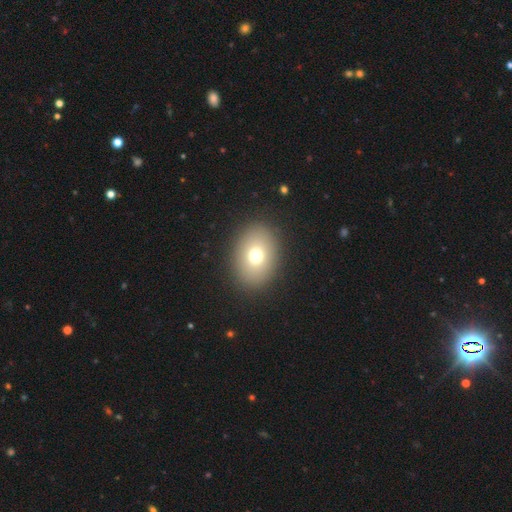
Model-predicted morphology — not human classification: smooth 73%, featured or disk 15%, star or artifact 12%. Down the decision tree: how rounded — in between (66%); merging — none (89%).